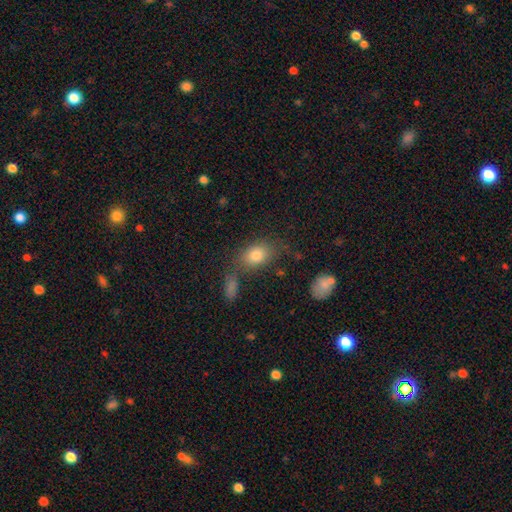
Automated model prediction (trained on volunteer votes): smooth_or_featured: smooth (p=0.79) [alt: featured or disk p=0.11]
how_rounded: in between (p=0.77) [alt: round p=0.21]
merging: none (p=0.65) [alt: minor disturbance p=0.16]